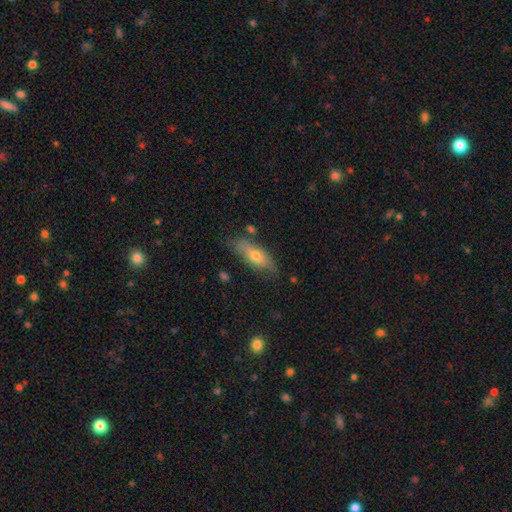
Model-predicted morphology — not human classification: Smooth or featured: smooth — 62% (featured or disk — 31%)
How rounded: in between — 67% (cigar-shaped — 30%)
Merging: none — 70% (minor disturbance — 21%)